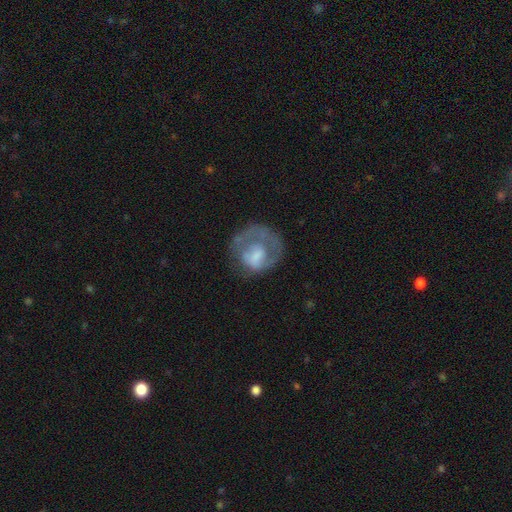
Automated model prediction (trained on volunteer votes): Smooth or featured?
  - featured or disk: 51% *
  - smooth: 40%
  - star or artifact: 9%
Edge-on disk?
  - no: 97% *
  - yes: 3%
Merging?
  - none: 46% *
  - major disturbance: 30%
  - minor disturbance: 21%
  - merger: 3%